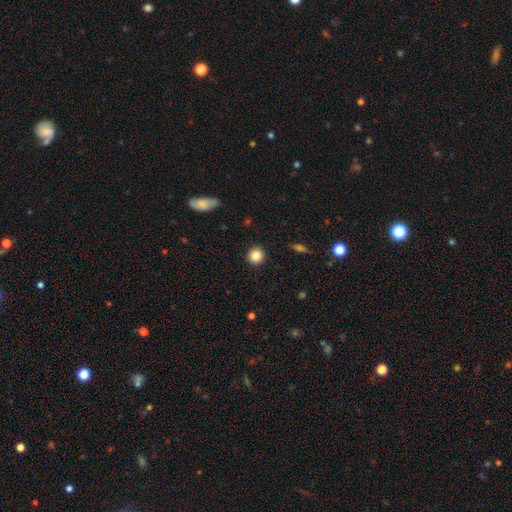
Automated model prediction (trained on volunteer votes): This is clearly a smooth galaxy (85%). How rounded: clearly round (93%). Merging: clearly none (92%).